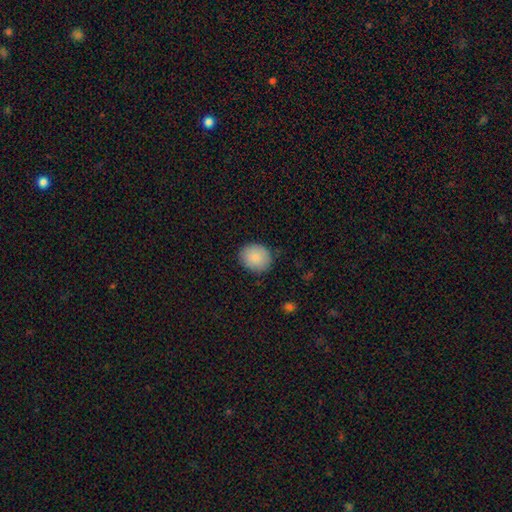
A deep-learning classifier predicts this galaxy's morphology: A smooth galaxy with no disk features (87%) that is round (69%).

Vote fractions:
- Smooth or featured? smooth: 87% / star or artifact: 7% / featured or disk: 6%
- How rounded? round: 69% / in between: 30% / cigar-shaped: 1%
- Merging? none: 85% / minor disturbance: 11% / major disturbance: 3% / merger: 1%